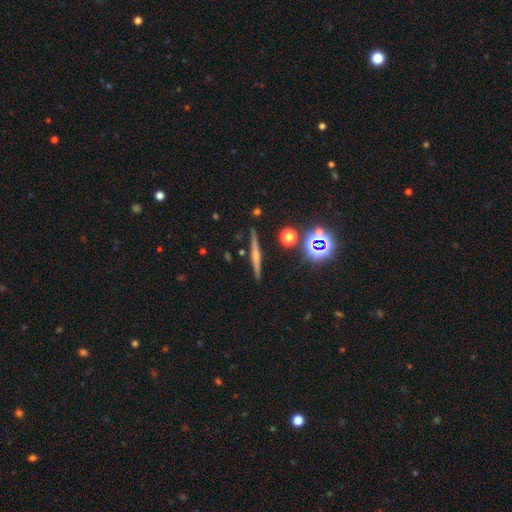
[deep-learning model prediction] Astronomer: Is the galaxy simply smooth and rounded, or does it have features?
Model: featured or disk — 56%.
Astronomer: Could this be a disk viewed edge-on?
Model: yes — 97%.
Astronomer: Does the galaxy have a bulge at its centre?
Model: rounded — 57%.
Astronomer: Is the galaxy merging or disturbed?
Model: none — 89%.